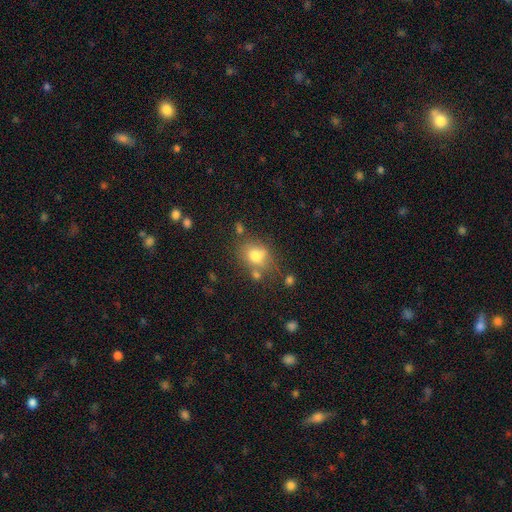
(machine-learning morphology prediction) smooth 73%, featured or disk 14%, star or artifact 13%. Down the decision tree: how rounded — round (59%); merging — none (60%).